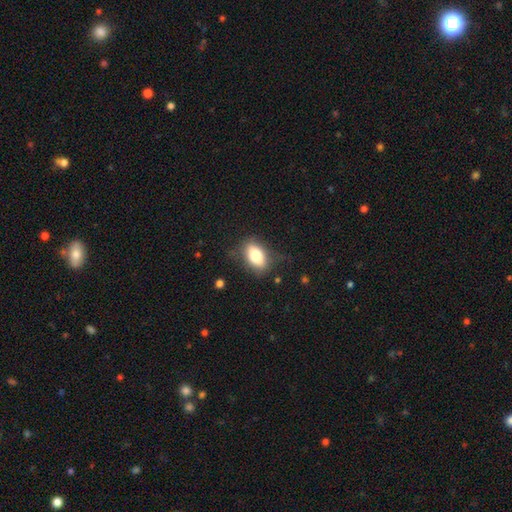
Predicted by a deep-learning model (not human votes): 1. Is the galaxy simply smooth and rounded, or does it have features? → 76% smooth, 16% featured or disk, 8% star or artifact.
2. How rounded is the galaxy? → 86% in between, 10% round, 5% cigar-shaped.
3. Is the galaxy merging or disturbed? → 74% none, 18% minor disturbance, 7% major disturbance, 1% merger.